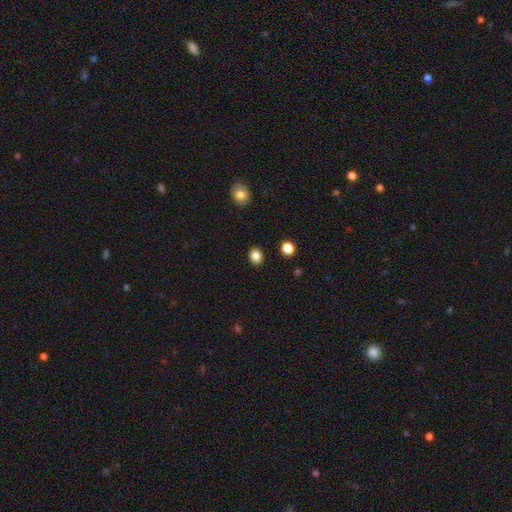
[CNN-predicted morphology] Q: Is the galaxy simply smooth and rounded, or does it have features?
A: smooth — 85%.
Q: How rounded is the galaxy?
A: in between — 52%.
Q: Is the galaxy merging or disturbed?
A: none — 89%.